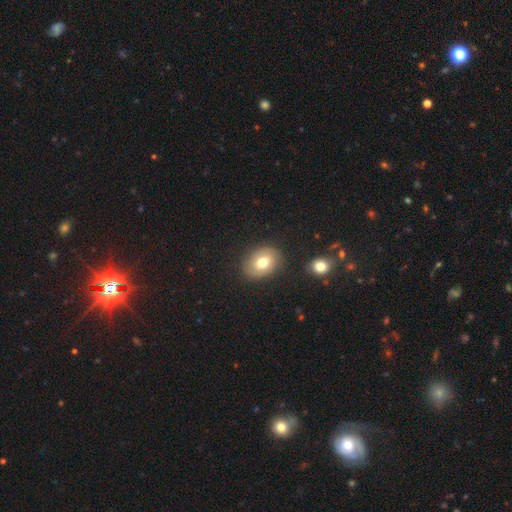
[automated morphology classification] A smooth galaxy with no disk features (58%) that is round (56%).

Vote fractions:
- Smooth or featured? smooth: 58% / star or artifact: 34% / featured or disk: 8%
- How rounded? round: 56% / in between: 42% / cigar-shaped: 2%
- Merging? none: 85% / minor disturbance: 8% / merger: 4% / major disturbance: 3%